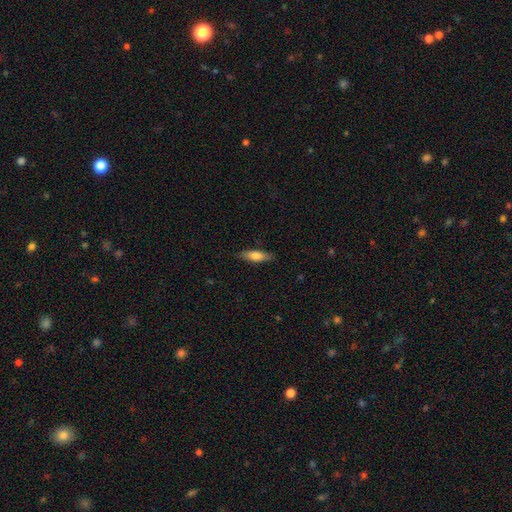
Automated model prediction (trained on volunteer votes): smooth 71%, featured or disk 23%, star or artifact 6%. Down the decision tree: how rounded — cigar-shaped (55%); merging — none (86%).